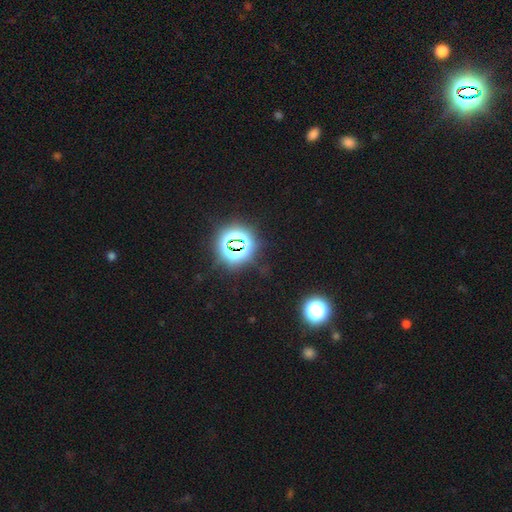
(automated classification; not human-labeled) This is clearly a star or artifact rather than a galaxy (83%).